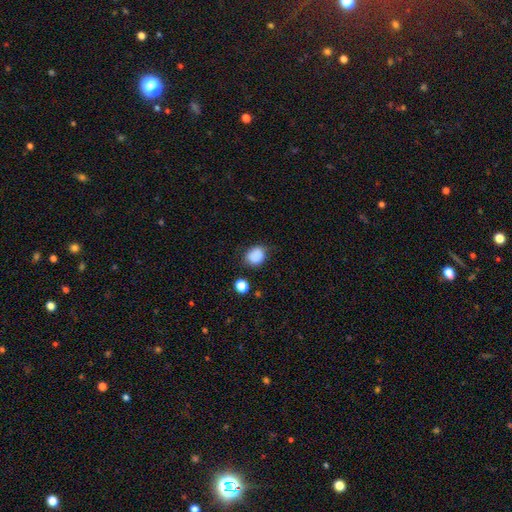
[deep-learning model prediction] Q: Smooth or featured?
A: smooth (86%); runner-up: star or artifact (10%)
Q: How rounded?
A: round (55%); runner-up: in between (44%)
Q: Merging?
A: none (69%); runner-up: minor disturbance (22%)